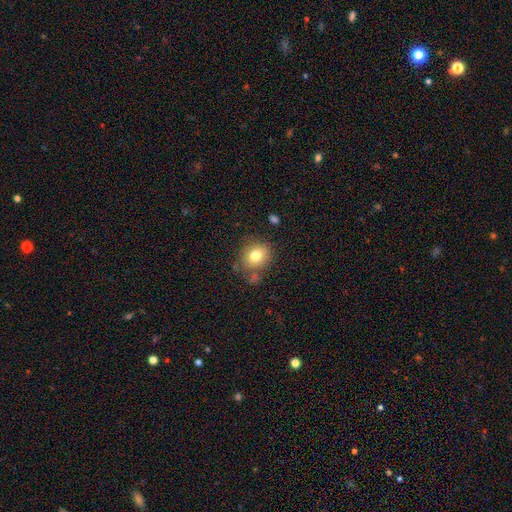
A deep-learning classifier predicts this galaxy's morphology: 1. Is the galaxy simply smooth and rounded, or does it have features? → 78% smooth, 11% featured or disk, 11% star or artifact.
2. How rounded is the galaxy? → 73% round, 26% in between, 1% cigar-shaped.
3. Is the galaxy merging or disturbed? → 72% none, 16% minor disturbance, 7% merger, 5% major disturbance.